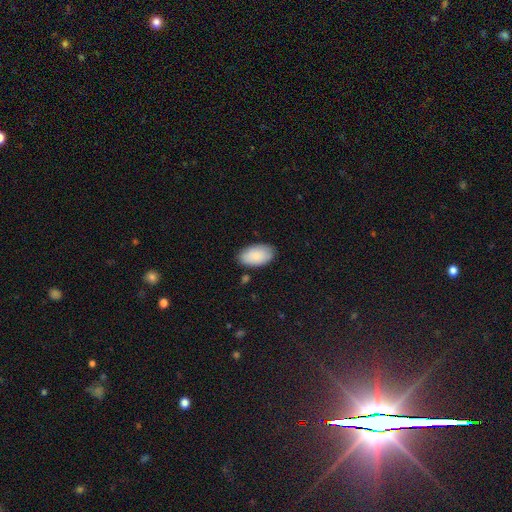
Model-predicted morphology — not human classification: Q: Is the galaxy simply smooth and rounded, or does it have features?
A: smooth — 84%.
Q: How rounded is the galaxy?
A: in between — 95%.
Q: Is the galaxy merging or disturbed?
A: none — 82%.